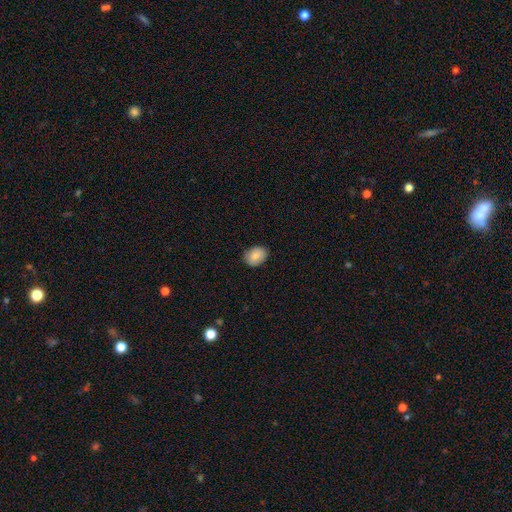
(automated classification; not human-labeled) smooth 85%, star or artifact 7%, featured or disk 7%. Down the decision tree: how rounded — in between (62%); merging — none (87%).